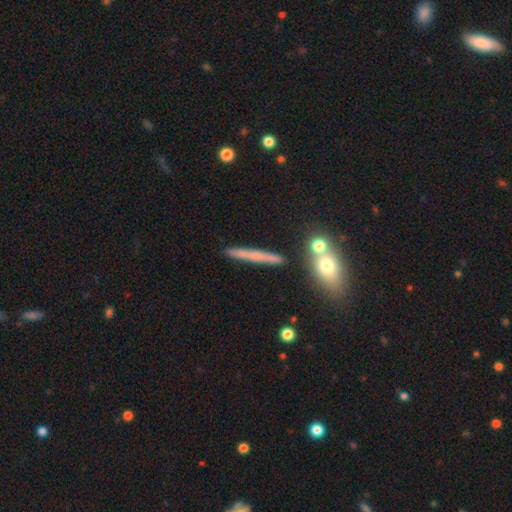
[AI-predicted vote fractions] Overall: smooth (50%; featured or disk 40%). Merging: none (83%).